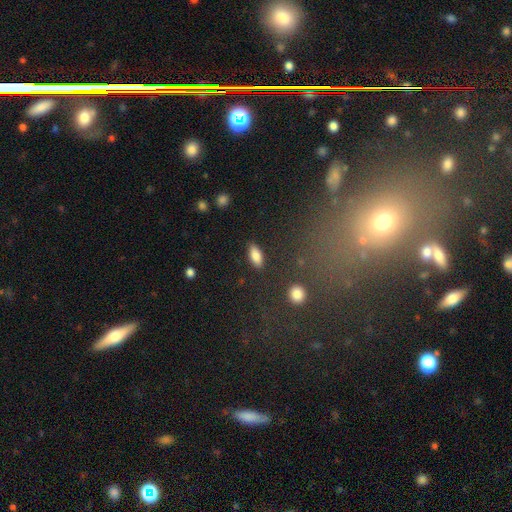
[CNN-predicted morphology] smooth 83%, featured or disk 9%, star or artifact 7%. Down the decision tree: how rounded — in between (82%); merging — none (87%).